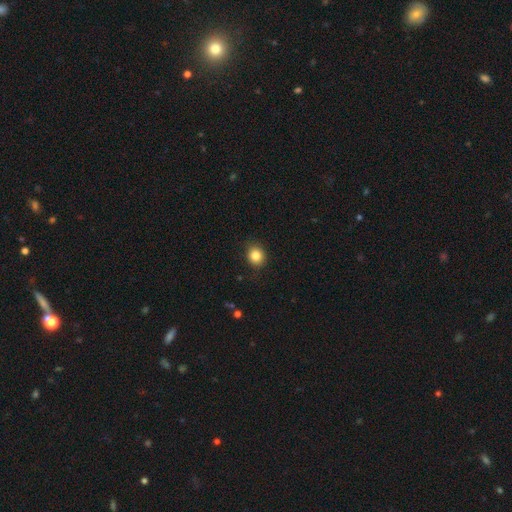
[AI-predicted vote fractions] This appears to be a smooth galaxy with no disk features (84%) that is round (76%). Merging: none (86%).